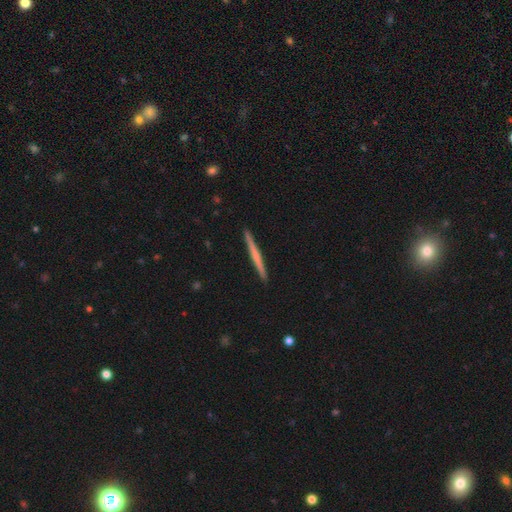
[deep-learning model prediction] Q: Smooth or featured?
A: featured or disk (50%); runner-up: smooth (44%)
Q: Edge-on disk?
A: yes (98%); runner-up: no (2%)
Q: Merging?
A: none (93%); runner-up: minor disturbance (5%)